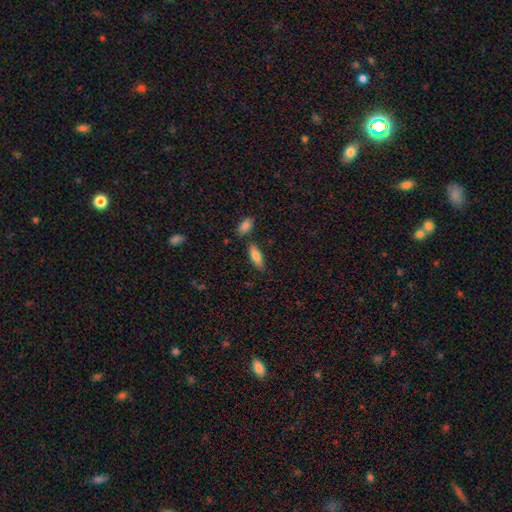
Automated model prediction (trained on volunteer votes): smooth 81%, featured or disk 12%, star or artifact 6%. Down the decision tree: how rounded — in between (68%); merging — none (77%).